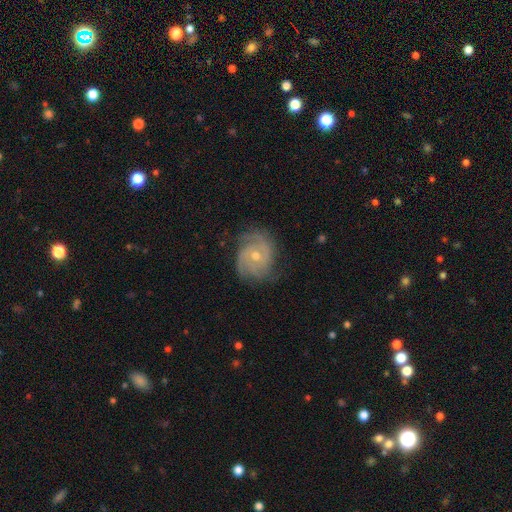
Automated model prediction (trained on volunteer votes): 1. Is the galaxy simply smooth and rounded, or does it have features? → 86% featured or disk, 8% smooth, 6% star or artifact.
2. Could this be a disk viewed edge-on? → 97% no, 3% yes.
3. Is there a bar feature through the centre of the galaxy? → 71% no, 24% weak, 5% strong.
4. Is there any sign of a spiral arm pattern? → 97% yes, 3% no.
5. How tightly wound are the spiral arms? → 63% tight, 31% medium, 7% loose.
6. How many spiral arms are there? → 33% 2, 32% 3, 17% can't tell, 7% 4, 5% 1, 5% more than 4.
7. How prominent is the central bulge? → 50% moderate, 47% small, 1% large, 1% none, 1% dominant.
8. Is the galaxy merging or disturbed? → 75% none, 18% minor disturbance, 6% major disturbance, 1% merger.